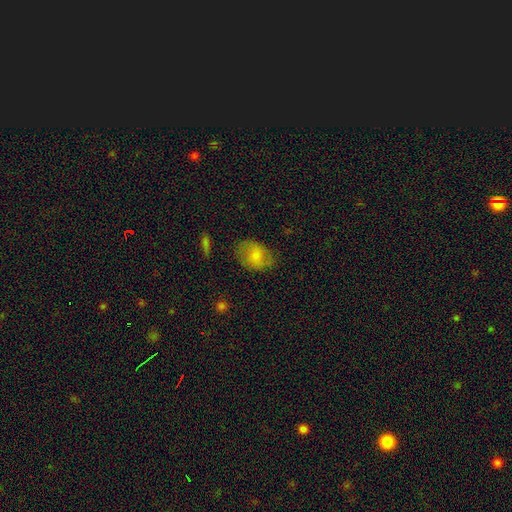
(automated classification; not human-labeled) smooth-or-featured: smooth: 70% | featured or disk: 21% | star or artifact: 9%
  how-rounded: in between: 73% | round: 26% | cigar-shaped: 1%
  merging: none: 72% | minor disturbance: 21% | major disturbance: 6% | merger: 2%